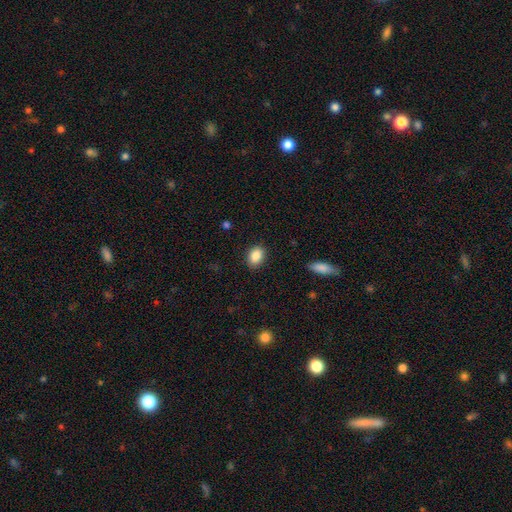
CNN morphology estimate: Smooth or featured? smooth (87%)
How rounded? in between (78%)
Merging? none (87%)